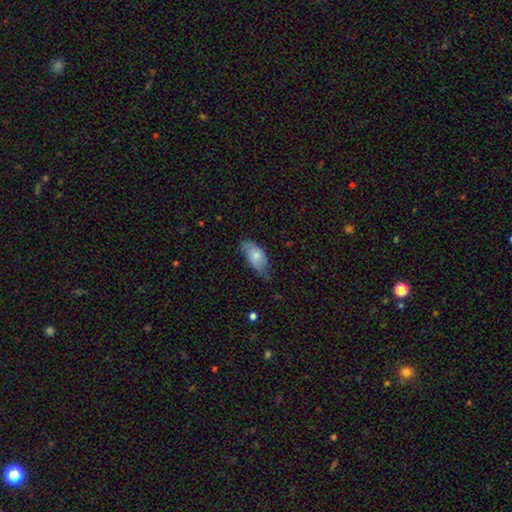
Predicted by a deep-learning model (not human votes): smooth 71%, featured or disk 22%, star or artifact 6%. Down the decision tree: how rounded — in between (91%); merging — none (50%).